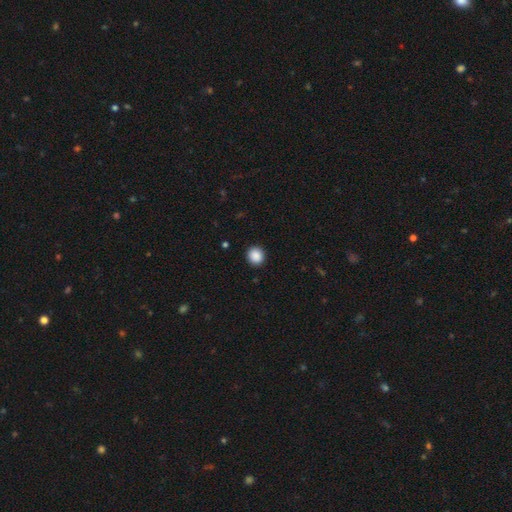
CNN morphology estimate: This is clearly a smooth galaxy (89%). How rounded: clearly round (89%). Merging: clearly none (92%).